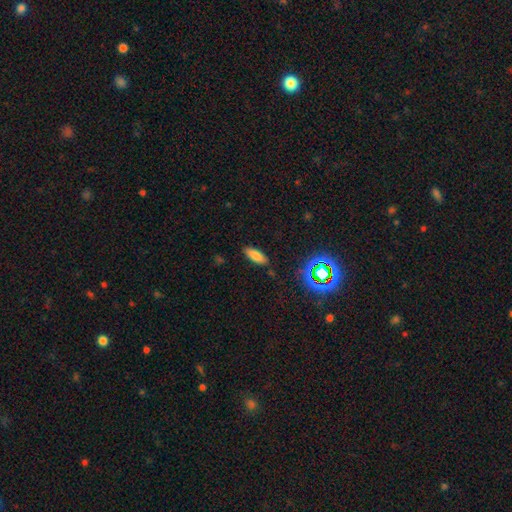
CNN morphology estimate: The model was most divided on "how rounded": in between: 77%, cigar-shaped: 20%, round: 3%. More confident: merging — none (86%); smooth or featured — smooth (77%).